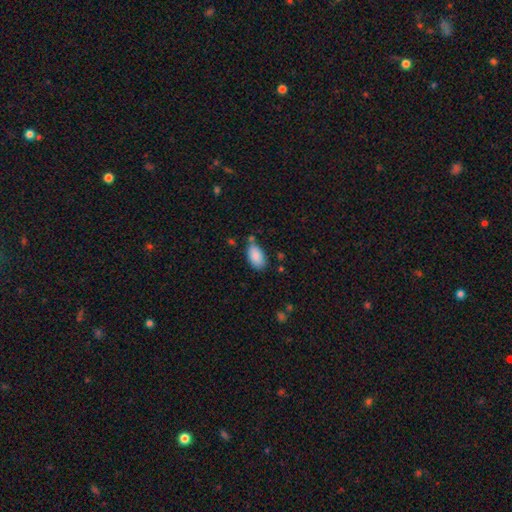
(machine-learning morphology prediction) type=smooth (88%); roundness=in between (94%); merging=none (71%).